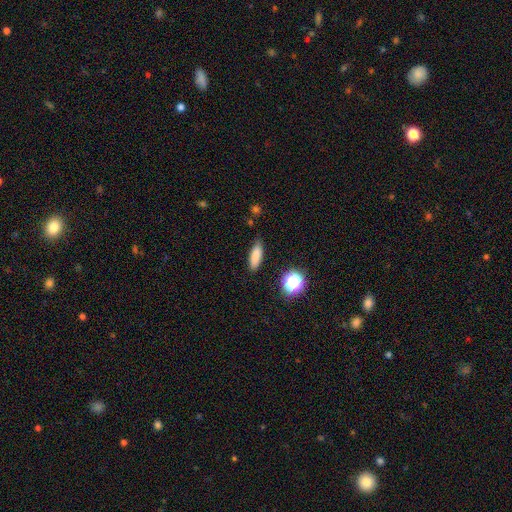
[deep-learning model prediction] Smooth or featured?
  - smooth: 82% *
  - star or artifact: 11%
  - featured or disk: 8%
How rounded?
  - in between: 51% *
  - cigar-shaped: 44%
  - round: 5%
Merging?
  - none: 82% *
  - minor disturbance: 13%
  - major disturbance: 3%
  - merger: 2%